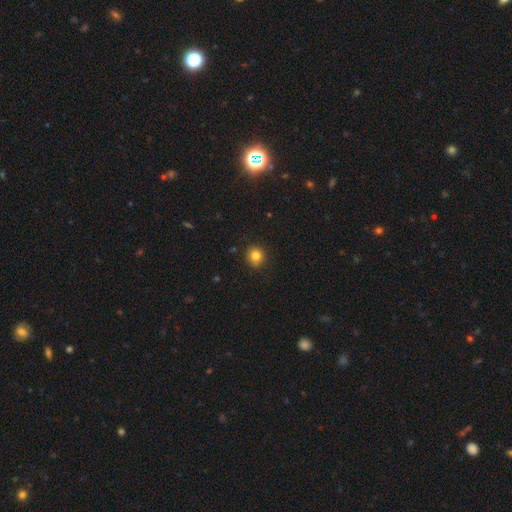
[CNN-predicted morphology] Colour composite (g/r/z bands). It shows a smooth galaxy with no disk features (82%) that is round (86%). Merging: none (90%).